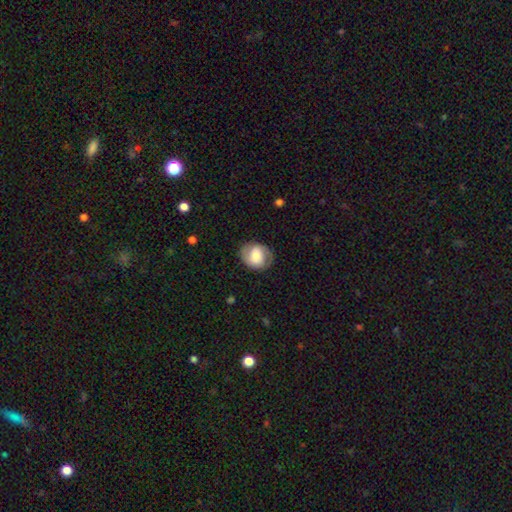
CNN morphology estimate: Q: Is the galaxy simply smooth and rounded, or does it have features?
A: smooth — 53%.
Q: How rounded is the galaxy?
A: round — 57%.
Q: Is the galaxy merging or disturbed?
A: none — 78%.